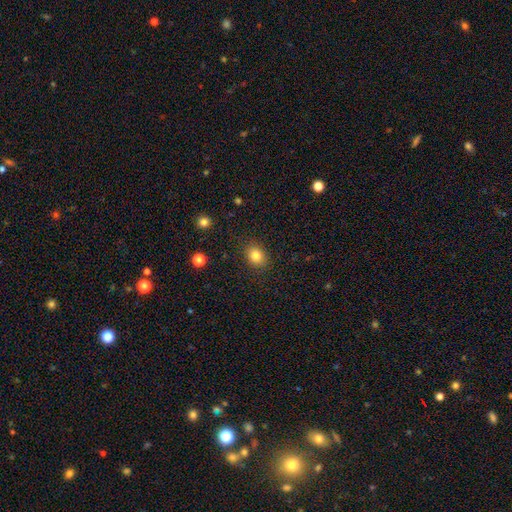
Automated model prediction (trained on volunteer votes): Smooth or featured? smooth (83%)
How rounded? round (52%)
Merging? none (87%)